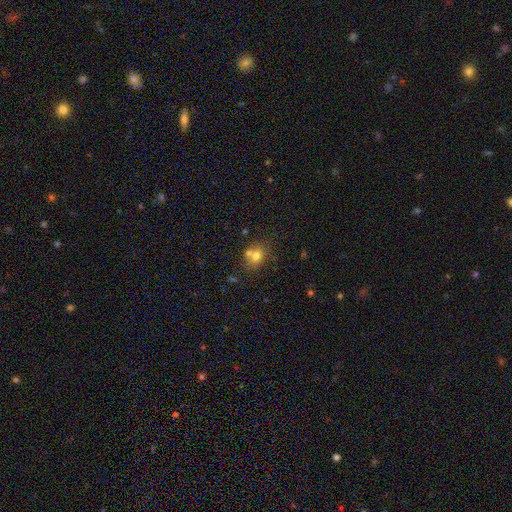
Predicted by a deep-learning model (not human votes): Smooth or featured? smooth (71%)
How rounded? round (57%)
Merging? none (50%)